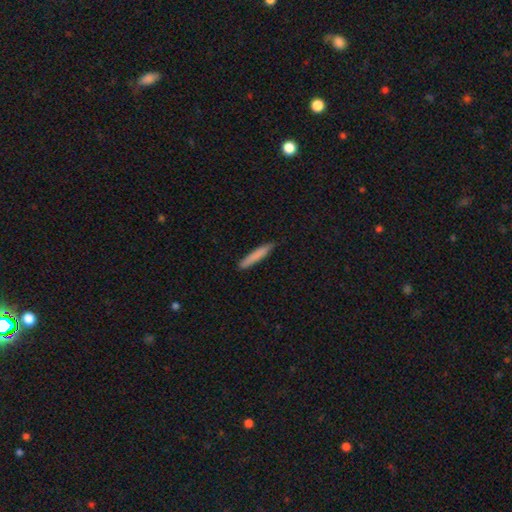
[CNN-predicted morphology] Smooth or featured: smooth — 81% (featured or disk — 13%)
How rounded: cigar-shaped — 94% (in between — 5%)
Merging: none — 87% (minor disturbance — 10%)